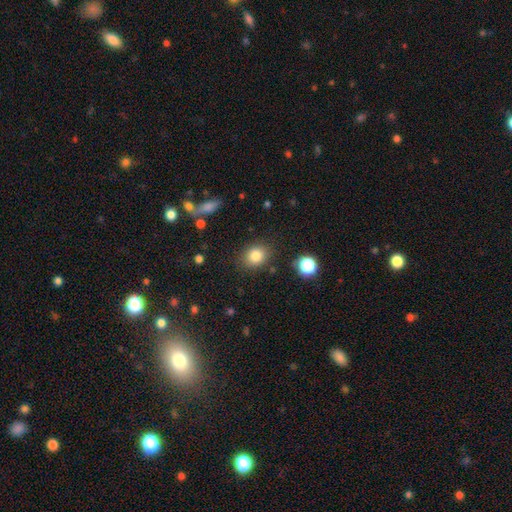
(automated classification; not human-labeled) The model was most divided on "how rounded": round: 57%, in between: 42%, cigar-shaped: 1%. More confident: merging — none (83%); smooth or featured — smooth (82%).